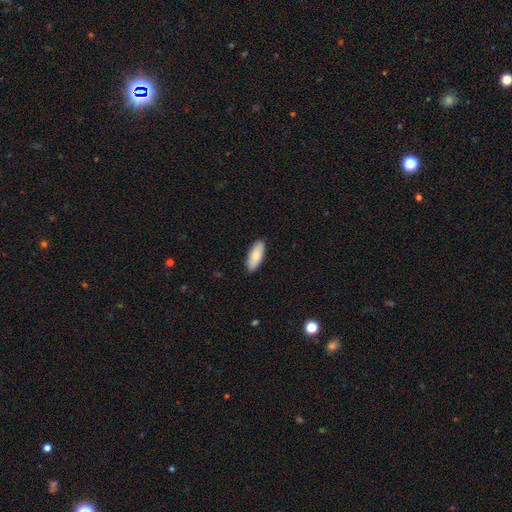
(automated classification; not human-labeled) Smooth or featured?
  - smooth: 83% *
  - featured or disk: 12%
  - star or artifact: 5%
How rounded?
  - in between: 80% *
  - cigar-shaped: 18%
  - round: 2%
Merging?
  - none: 90% *
  - minor disturbance: 8%
  - major disturbance: 1%
  - merger: 1%